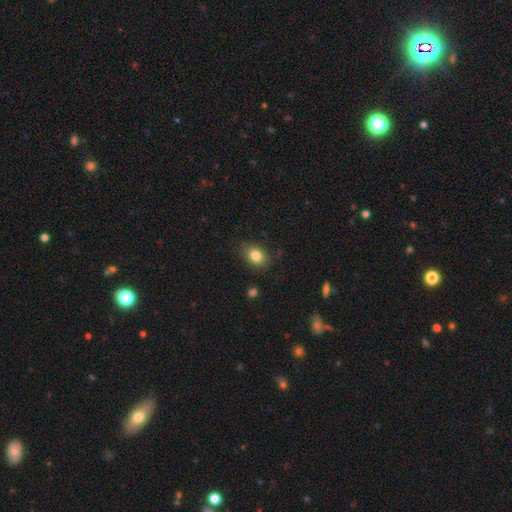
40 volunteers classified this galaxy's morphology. Smooth or featured? smooth (85%)
How rounded? in between (68%)
Merging? none (90%)